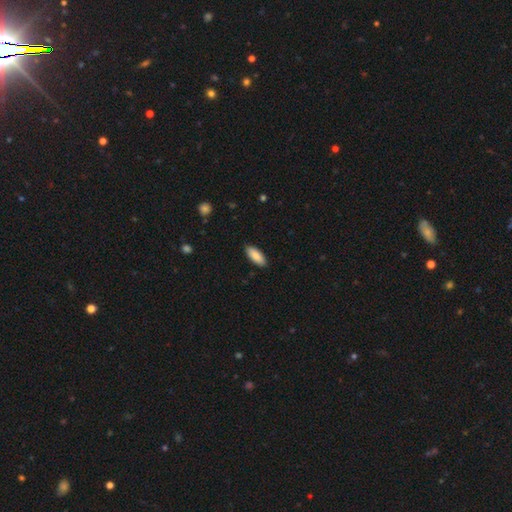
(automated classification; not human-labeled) Smooth or featured? Predicted: smooth (p=0.88). How rounded? Predicted: in between (p=0.81). Merging? Predicted: none (p=0.89).